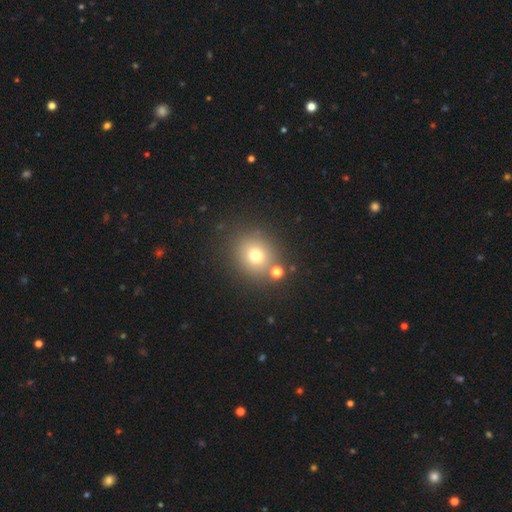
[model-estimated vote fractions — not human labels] The model was most divided on "smooth or featured": smooth: 73%, star or artifact: 16%, featured or disk: 11%. More confident: how rounded — round (80%); merging — none (78%).